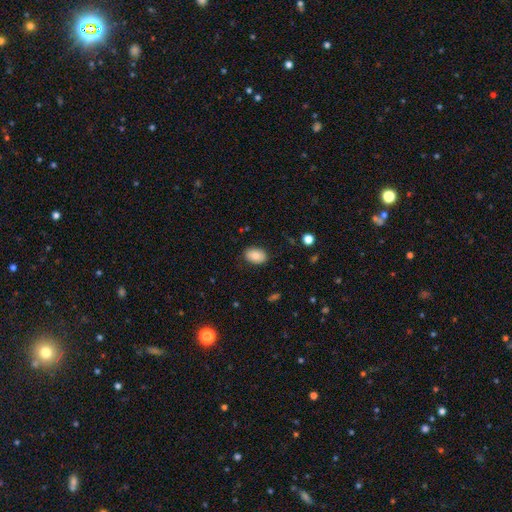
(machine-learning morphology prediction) Q: Smooth or featured?
A: smooth (82%); runner-up: featured or disk (10%)
Q: How rounded?
A: in between (87%); runner-up: round (12%)
Q: Merging?
A: none (85%); runner-up: minor disturbance (11%)